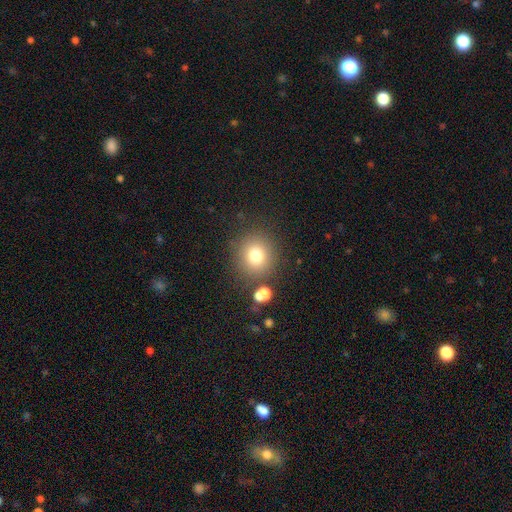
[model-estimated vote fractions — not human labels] Smooth or featured?
  - smooth: 77% *
  - star or artifact: 14%
  - featured or disk: 10%
How rounded?
  - round: 90% *
  - in between: 10%
  - cigar-shaped: 1%
Merging?
  - none: 82% *
  - minor disturbance: 9%
  - merger: 6%
  - major disturbance: 4%